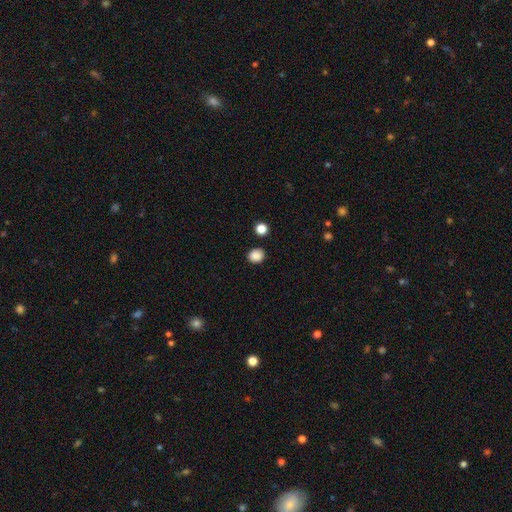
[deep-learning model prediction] A smooth galaxy with no disk features (87%) that is round (71%).

Vote fractions:
- Smooth or featured? smooth: 87% / star or artifact: 10% / featured or disk: 3%
- How rounded? round: 71% / in between: 28% / cigar-shaped: 1%
- Merging? none: 87% / minor disturbance: 8% / merger: 3% / major disturbance: 2%